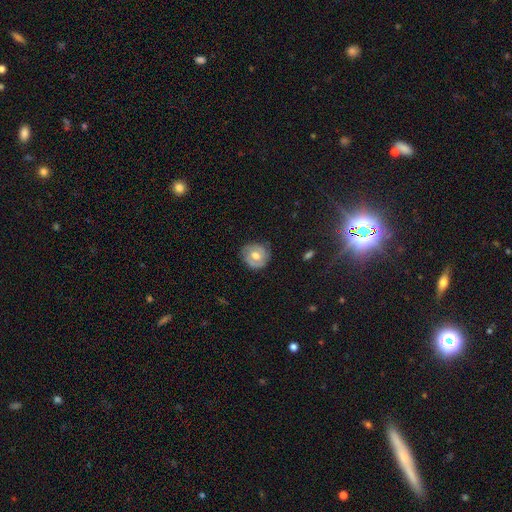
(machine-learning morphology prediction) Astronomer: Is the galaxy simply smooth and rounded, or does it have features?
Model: featured or disk — 59%.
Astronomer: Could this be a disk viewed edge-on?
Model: no — 97%.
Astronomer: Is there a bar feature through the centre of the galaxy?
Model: no — 58% (runner-up: weak, 34%).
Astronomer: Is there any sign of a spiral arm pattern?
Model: yes — 78%.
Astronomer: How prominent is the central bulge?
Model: moderate — 75%.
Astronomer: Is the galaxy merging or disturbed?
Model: none — 78%.